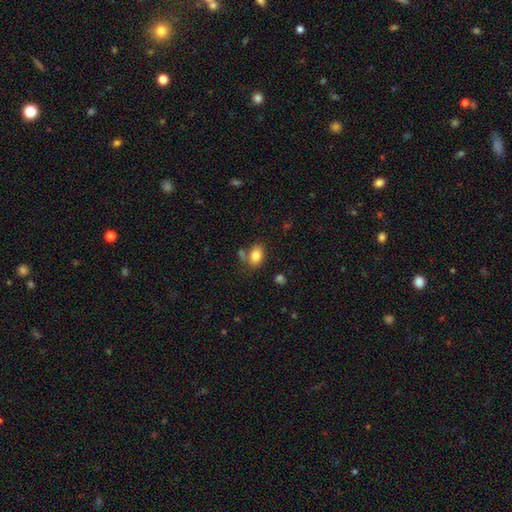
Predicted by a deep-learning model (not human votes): A smooth galaxy with no disk features (82%) that is in between round and cigar-shaped (82%). Merging: none (62%).